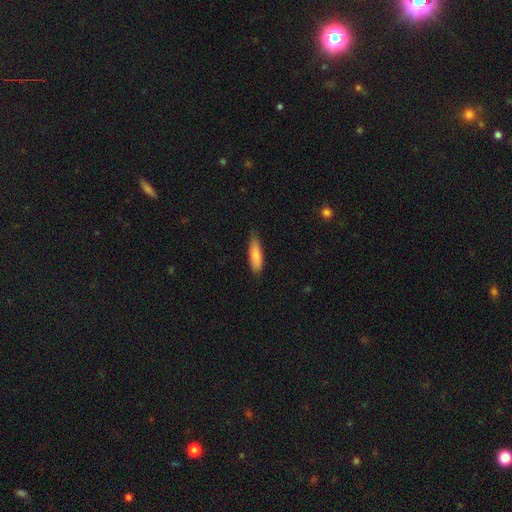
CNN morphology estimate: Smooth or featured? smooth (81%)
How rounded? cigar-shaped (52%)
Merging? none (78%)